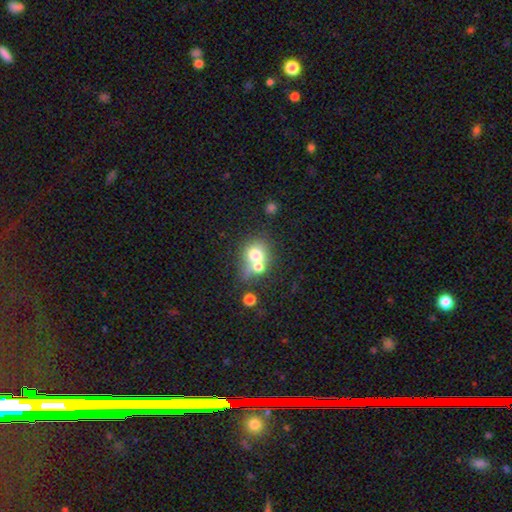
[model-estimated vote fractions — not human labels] smooth_or_featured: smooth (p=0.67) [alt: featured or disk p=0.21]
how_rounded: round (p=0.63) [alt: in between p=0.36]
merging: merger (p=0.61) [alt: none p=0.26]